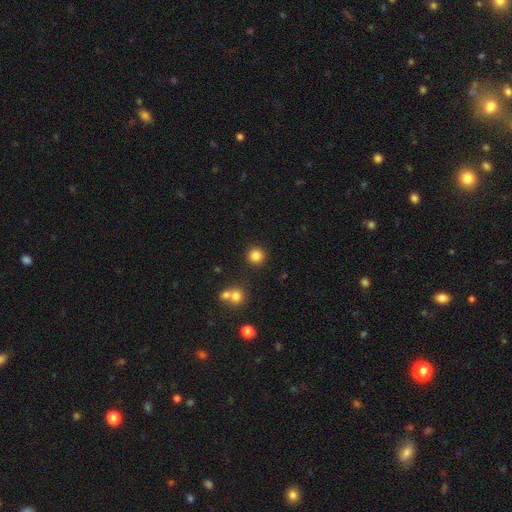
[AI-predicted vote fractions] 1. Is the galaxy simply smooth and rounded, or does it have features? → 84% smooth, 12% star or artifact, 5% featured or disk.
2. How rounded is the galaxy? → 95% round, 4% in between, 1% cigar-shaped.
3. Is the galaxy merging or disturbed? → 88% none, 6% minor disturbance, 4% merger, 2% major disturbance.